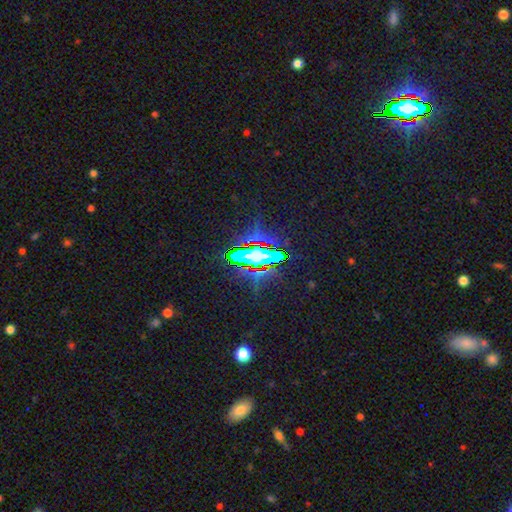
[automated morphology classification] A star or artifact, not a galaxy (68%).

Vote fractions:
- Smooth or featured? star or artifact: 68% / smooth: 17% / featured or disk: 15%